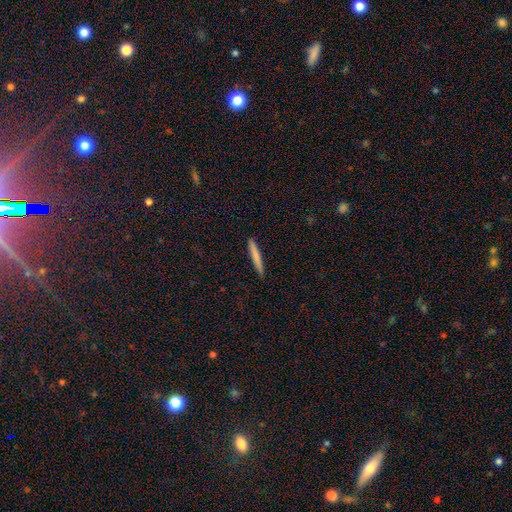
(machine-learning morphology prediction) Smooth or featured? smooth (75%)
How rounded? cigar-shaped (96%)
Merging? none (90%)